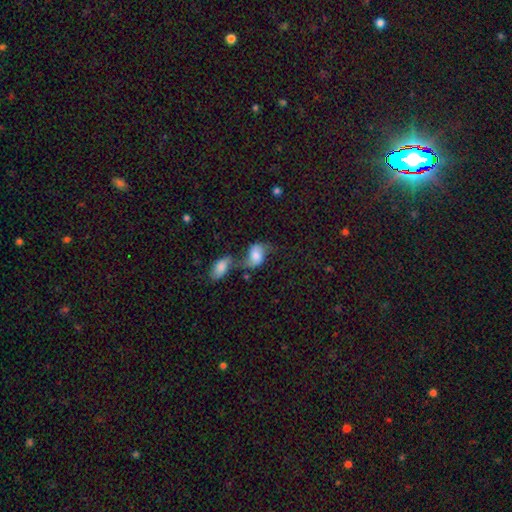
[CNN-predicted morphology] smooth_or_featured: smooth (p=0.54) [alt: featured or disk p=0.36]
how_rounded: in between (p=0.82) [alt: round p=0.16]
merging: merger (p=0.50) [alt: none p=0.24]